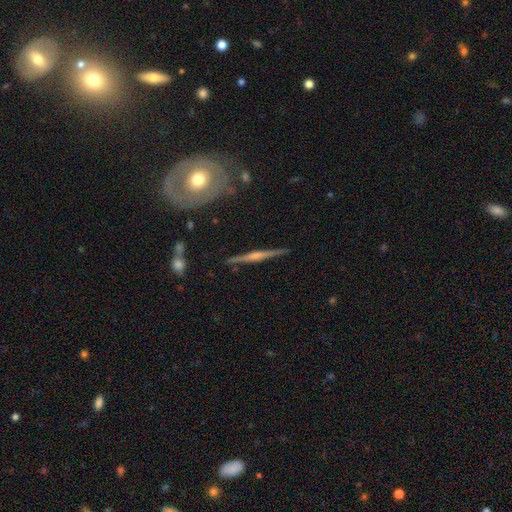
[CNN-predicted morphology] A featured or disk galaxy (78%) viewed edge-on (97%) with a rounded central bulge (71%). Merging: none (89%).